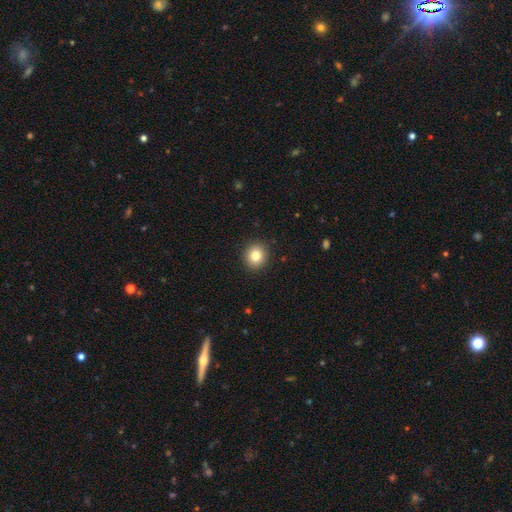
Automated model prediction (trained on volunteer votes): This appears to be a smooth galaxy with no disk features (82%) that is round (86%). Merging: none (92%).